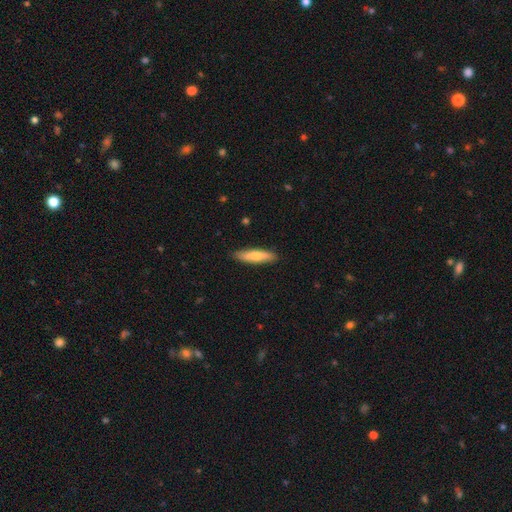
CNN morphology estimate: A smooth galaxy with no disk features (67%) that is cigar-shaped (76%).

Vote fractions:
- Smooth or featured? smooth: 67% / featured or disk: 27% / star or artifact: 6%
- How rounded? cigar-shaped: 76% / in between: 22% / round: 2%
- Merging? none: 87% / minor disturbance: 10% / major disturbance: 2% / merger: 1%